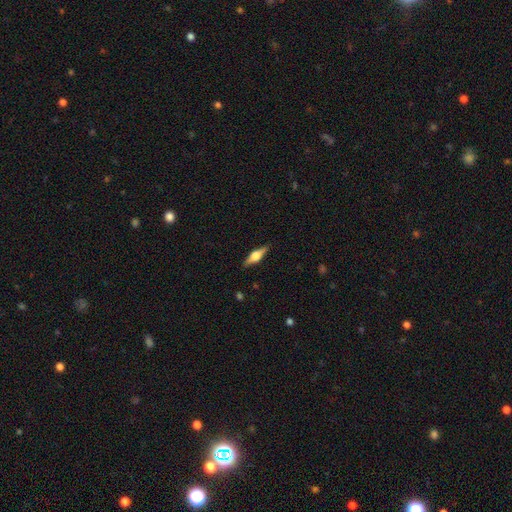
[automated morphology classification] Overall: featured or disk (66%; smooth 27%). Edge-on disk: yes (97%). Edge-on bulge: rounded (91%). Merging: none (89%).